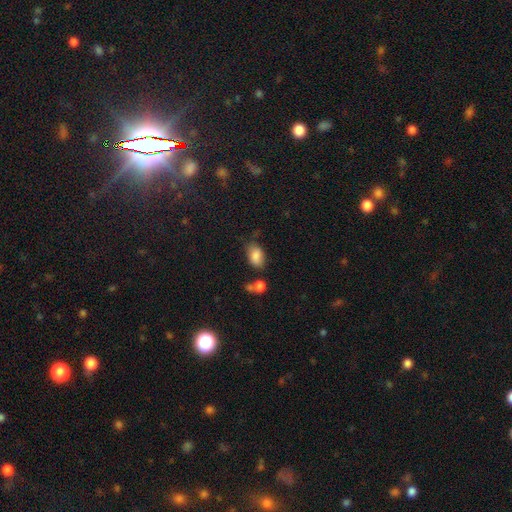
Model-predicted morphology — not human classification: smooth 84%, star or artifact 9%, featured or disk 8%. Down the decision tree: how rounded — in between (86%); merging — none (61%).